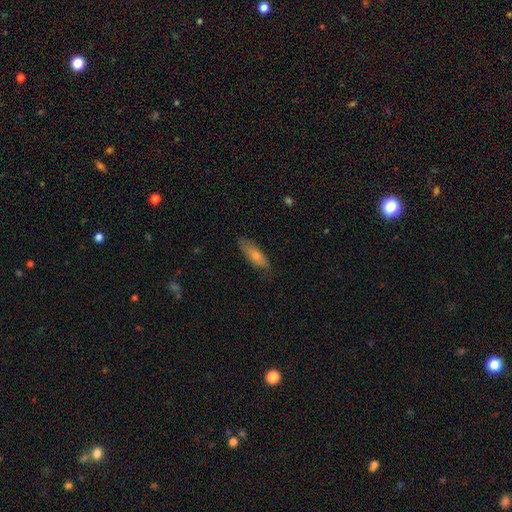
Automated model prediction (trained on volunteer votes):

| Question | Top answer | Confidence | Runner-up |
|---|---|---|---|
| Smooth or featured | smooth | 63% | featured or disk (29%) |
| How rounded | in between | 53% | cigar-shaped (44%) |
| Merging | none | 77% | minor disturbance (19%) |